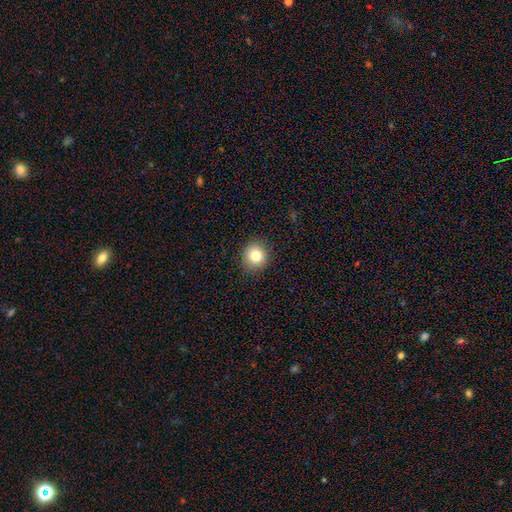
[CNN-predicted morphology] smooth-or-featured: smooth: 82% | star or artifact: 11% | featured or disk: 7%
  how-rounded: round: 88% | in between: 11% | cigar-shaped: 1%
  merging: none: 90% | minor disturbance: 7% | major disturbance: 2% | merger: 1%